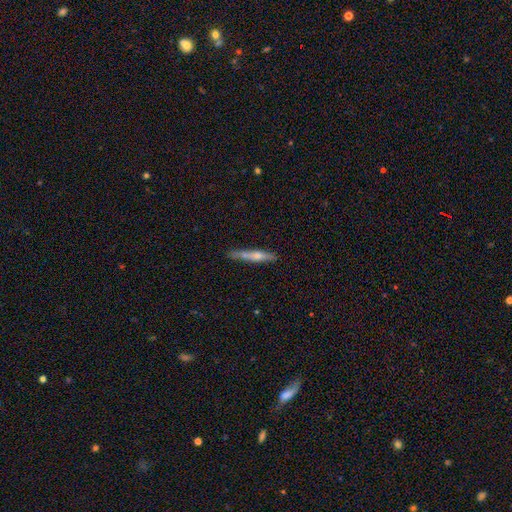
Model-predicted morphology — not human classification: smooth_or_featured: smooth (p=0.49) [alt: featured or disk p=0.45]
merging: none (p=0.80) [alt: minor disturbance p=0.15]